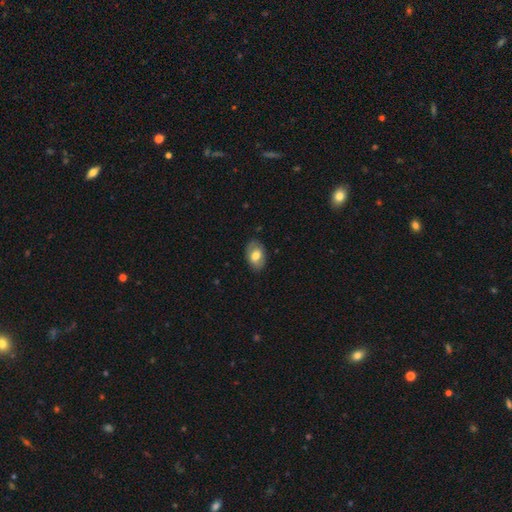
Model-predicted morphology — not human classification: Overall: smooth (68%). How rounded: in between (87%). Merging: none (83%).